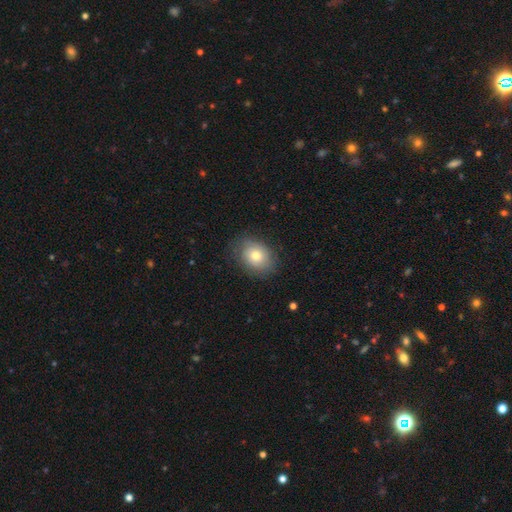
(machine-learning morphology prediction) smooth-or-featured: smooth: 71% | featured or disk: 20% | star or artifact: 9%
  how-rounded: in between: 60% | round: 39% | cigar-shaped: 1%
  merging: none: 78% | minor disturbance: 16% | major disturbance: 5% | merger: 1%